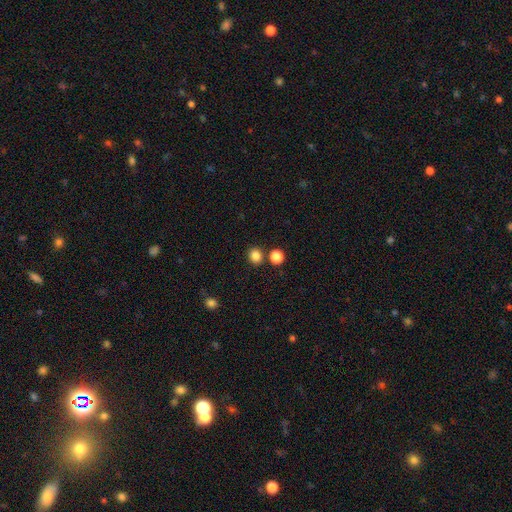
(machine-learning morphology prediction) type=smooth (84%); roundness=round (75%); merging=none (79%).